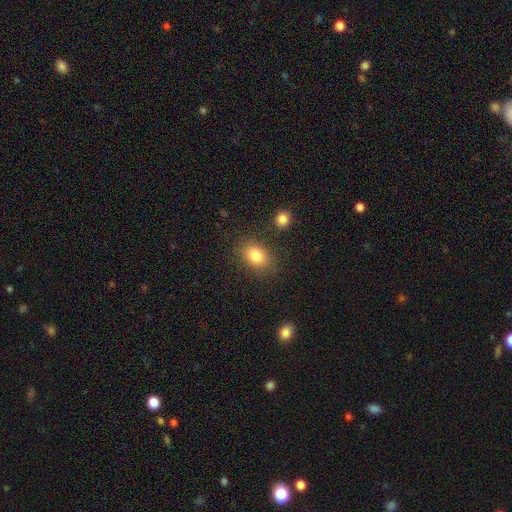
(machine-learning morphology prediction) smooth 82%, star or artifact 10%, featured or disk 9%. Down the decision tree: how rounded — in between (71%); merging — none (80%).